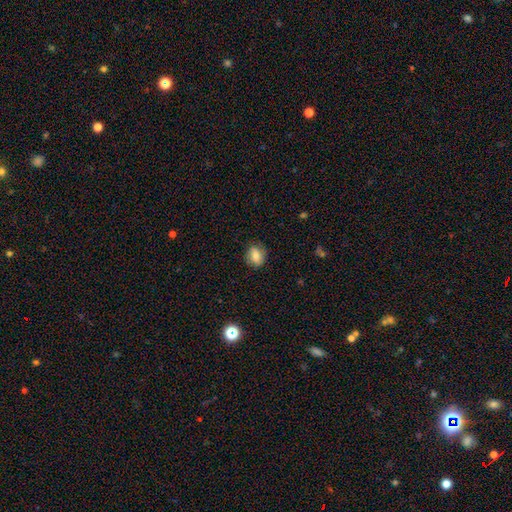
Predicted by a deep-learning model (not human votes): Smooth or featured? smooth (69%)
How rounded? in between (51%)
Merging? none (79%)